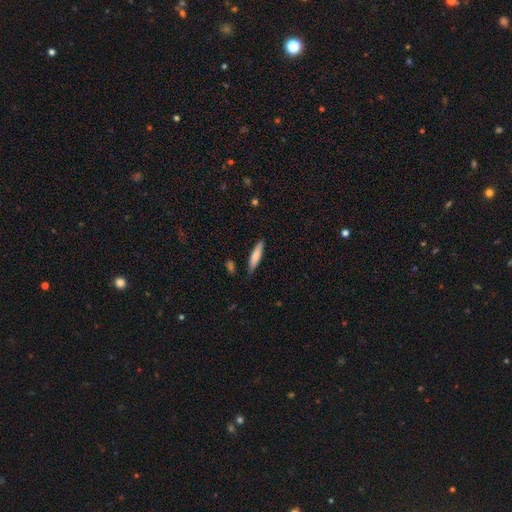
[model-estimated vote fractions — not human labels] Q: Smooth or featured?
A: smooth (75%); runner-up: featured or disk (20%)
Q: How rounded?
A: cigar-shaped (83%); runner-up: in between (15%)
Q: Merging?
A: none (83%); runner-up: minor disturbance (13%)